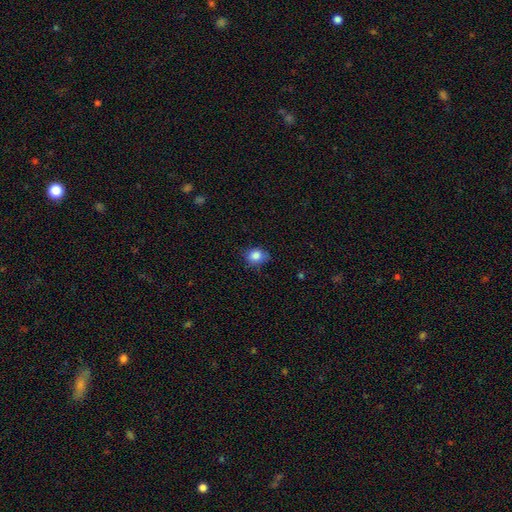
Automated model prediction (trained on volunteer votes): Morphology: type=smooth (84%); roundness=round (50%); merging=none (70%).